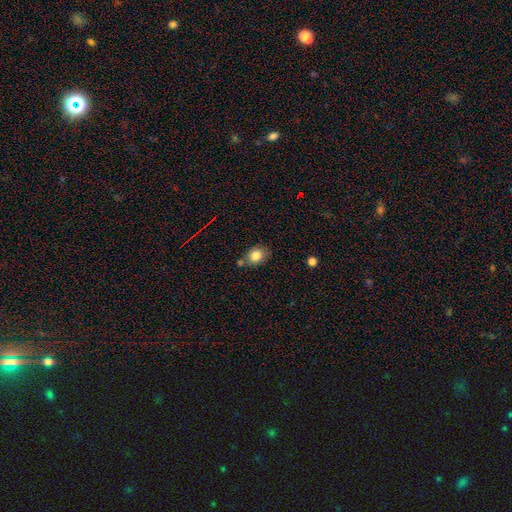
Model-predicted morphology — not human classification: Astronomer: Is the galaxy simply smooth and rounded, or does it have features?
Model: smooth — 82%.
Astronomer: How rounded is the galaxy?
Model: in between — 50% (runner-up: round, 49%).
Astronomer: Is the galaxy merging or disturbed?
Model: none — 64%.